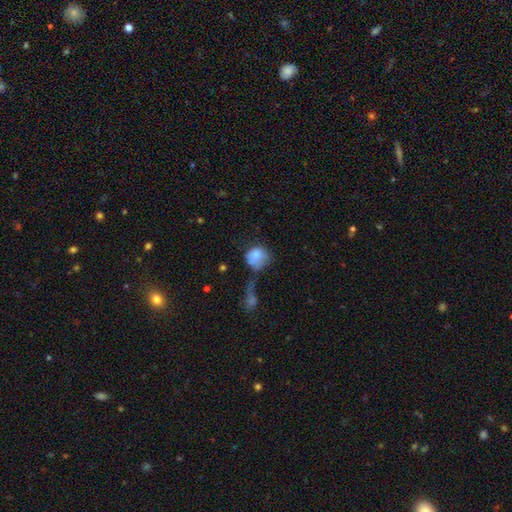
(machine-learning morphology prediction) A smooth galaxy with no disk features (76%) that is round (74%).

Vote fractions:
- Smooth or featured? smooth: 76% / featured or disk: 16% / star or artifact: 9%
- How rounded? round: 74% / in between: 25% / cigar-shaped: 1%
- Merging? none: 29% / major disturbance: 27% / merger: 23% / minor disturbance: 20%